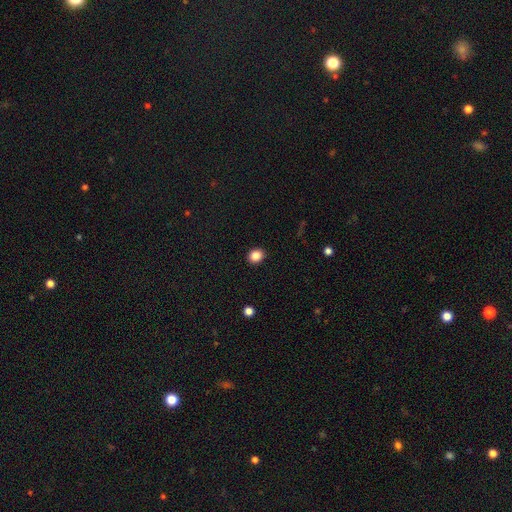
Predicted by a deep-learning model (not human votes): smooth 87%, star or artifact 10%, featured or disk 3%. Down the decision tree: how rounded — round (66%); merging — none (91%).